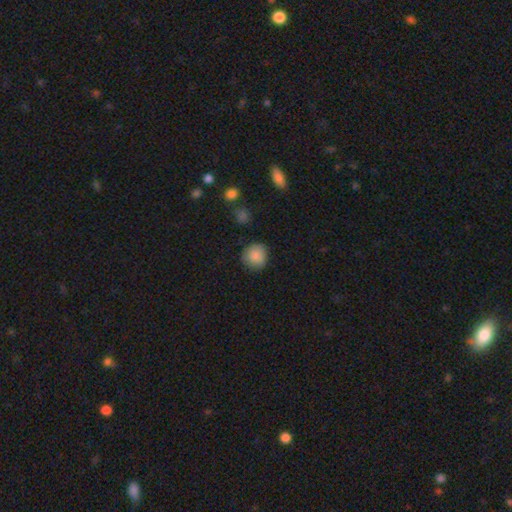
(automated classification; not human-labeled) Smooth or featured?
  - smooth: 86% *
  - star or artifact: 8%
  - featured or disk: 5%
How rounded?
  - round: 88% *
  - in between: 12%
  - cigar-shaped: 1%
Merging?
  - none: 81% *
  - minor disturbance: 14%
  - major disturbance: 3%
  - merger: 2%